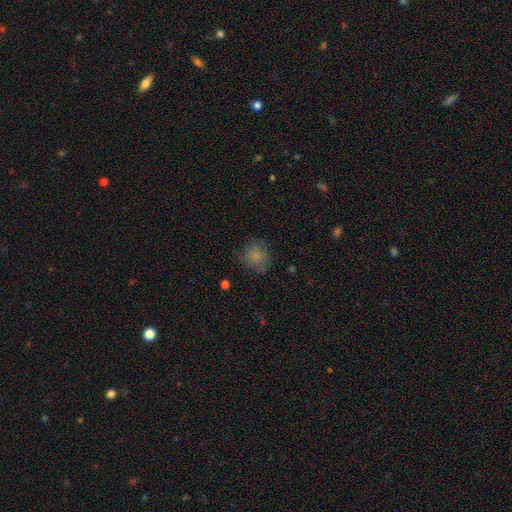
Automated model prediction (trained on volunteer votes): This appears to be a smooth galaxy with no disk features (80%) that is round (81%). Merging: none (74%).